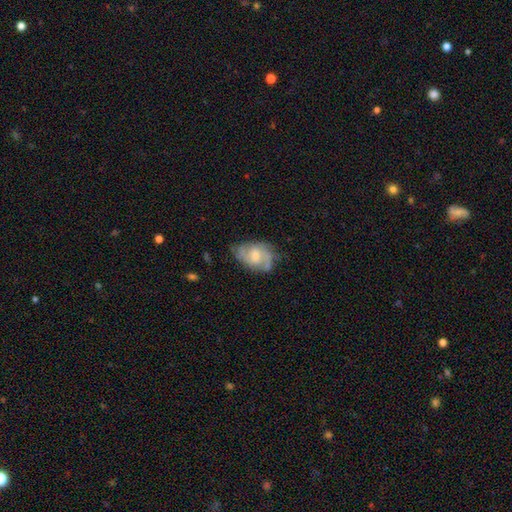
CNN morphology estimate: The model was most divided on "bar": no: 47%, weak: 45%, strong: 7%. Remaining: edge-on disk — no (97%); spiral arms — yes (90%); smooth or featured — featured or disk (72%); merging — none (59%); spiral arm count — 2 (55%); spiral winding — medium (48%); bulge size — moderate (47%).